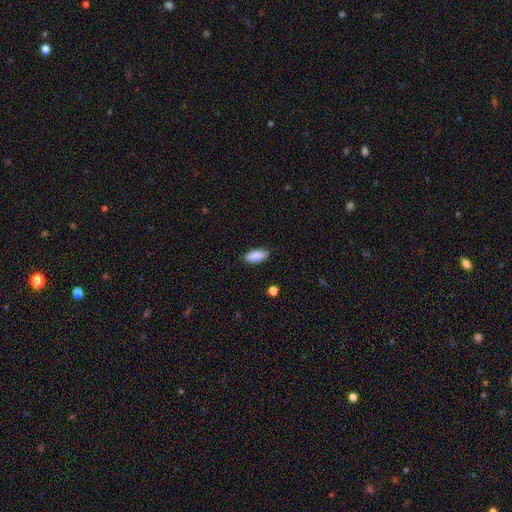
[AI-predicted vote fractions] smooth-or-featured: smooth: 89% | star or artifact: 7% | featured or disk: 4%
  how-rounded: in between: 90% | cigar-shaped: 8% | round: 2%
  merging: none: 83% | minor disturbance: 13% | major disturbance: 2% | merger: 1%